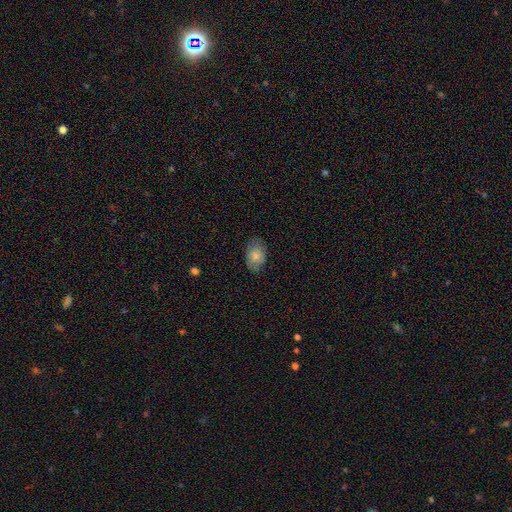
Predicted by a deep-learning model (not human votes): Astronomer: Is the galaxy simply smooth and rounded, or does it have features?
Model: smooth — 81%.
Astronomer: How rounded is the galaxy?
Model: in between — 86%.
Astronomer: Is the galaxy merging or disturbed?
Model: none — 79%.